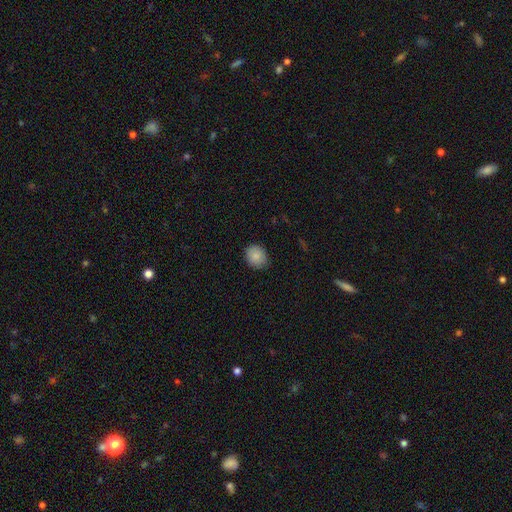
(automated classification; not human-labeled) Smooth or featured? smooth (87%)
How rounded? round (63%)
Merging? none (83%)